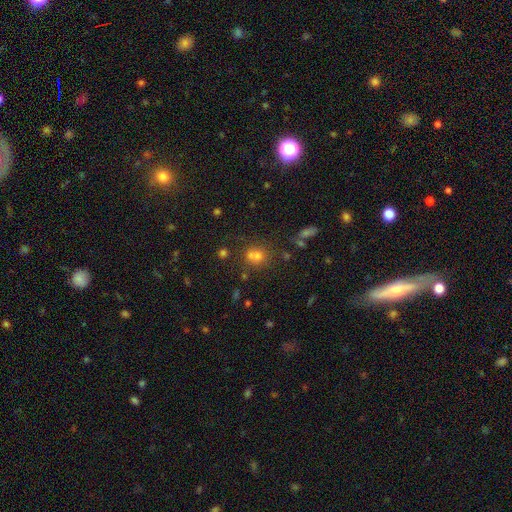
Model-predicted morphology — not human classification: Smooth or featured? smooth (60%)
How rounded? round (76%)
Merging? none (52%)